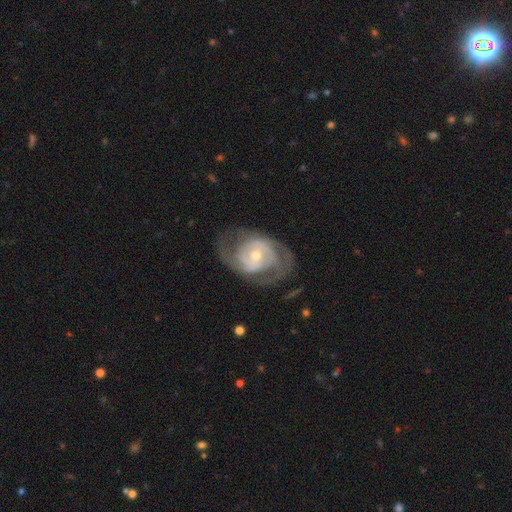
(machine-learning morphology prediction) type=featured or disk (86%); edge-on=no (97%); bar=no (55%); spiral arms=yes (93%); winding=medium (44%); arm count=2 (66%); bulge=small (49%); merging=none (67%).